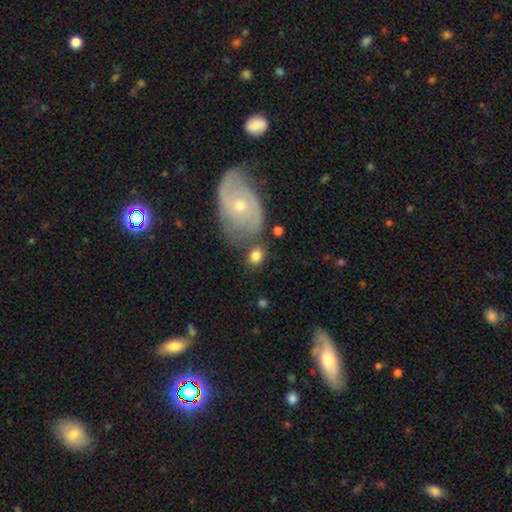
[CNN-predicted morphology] Q: Smooth or featured?
A: smooth (79%); runner-up: featured or disk (14%)
Q: How rounded?
A: round (56%); runner-up: in between (43%)
Q: Merging?
A: none (60%); runner-up: merger (16%)